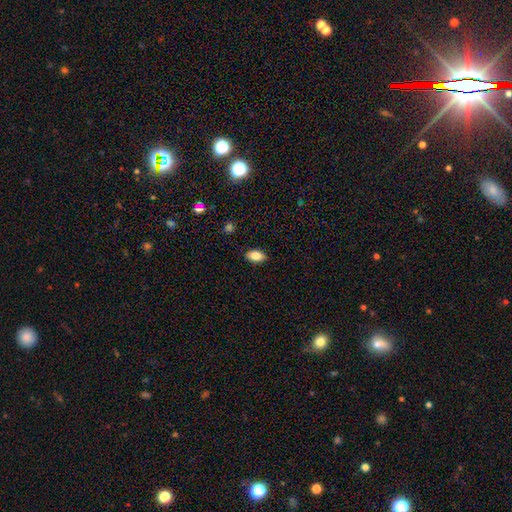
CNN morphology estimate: Smooth or featured?
  - smooth: 81% *
  - featured or disk: 11%
  - star or artifact: 8%
How rounded?
  - in between: 92% *
  - round: 6%
  - cigar-shaped: 3%
Merging?
  - none: 88% *
  - minor disturbance: 9%
  - major disturbance: 2%
  - merger: 1%